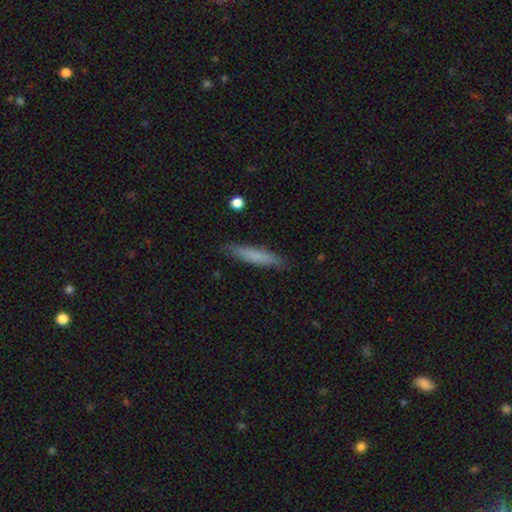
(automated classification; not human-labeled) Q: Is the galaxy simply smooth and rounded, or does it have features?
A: smooth — 76%.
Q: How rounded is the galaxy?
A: cigar-shaped — 90%.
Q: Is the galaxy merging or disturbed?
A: none — 87%.